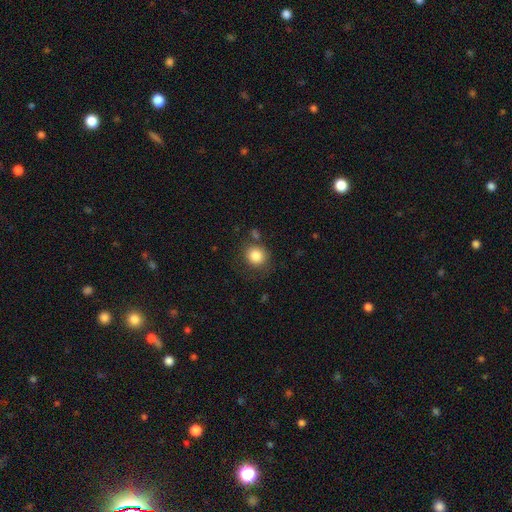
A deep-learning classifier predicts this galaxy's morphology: Smooth or featured? smooth (84%)
How rounded? round (86%)
Merging? none (76%)